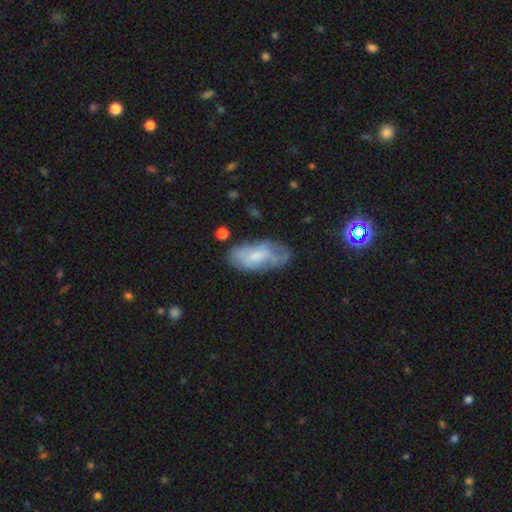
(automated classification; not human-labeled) smooth_or_featured: smooth (p=0.52) [alt: featured or disk p=0.40]
how_rounded: in between (p=0.91) [alt: cigar-shaped p=0.07]
merging: none (p=0.52) [alt: minor disturbance p=0.31]